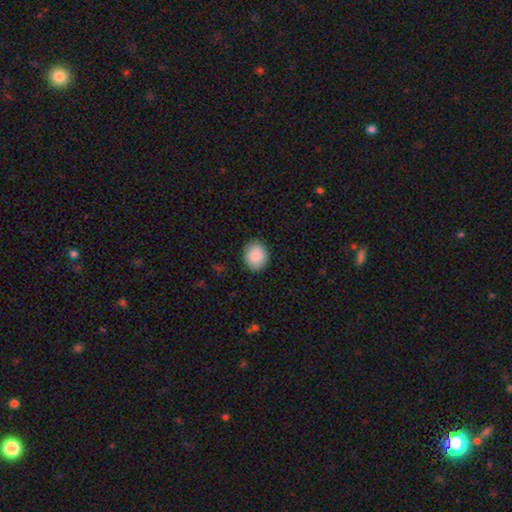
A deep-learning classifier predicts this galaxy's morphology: This appears to be a smooth galaxy with no disk features (89%) that is round (71%). Merging: none (88%).